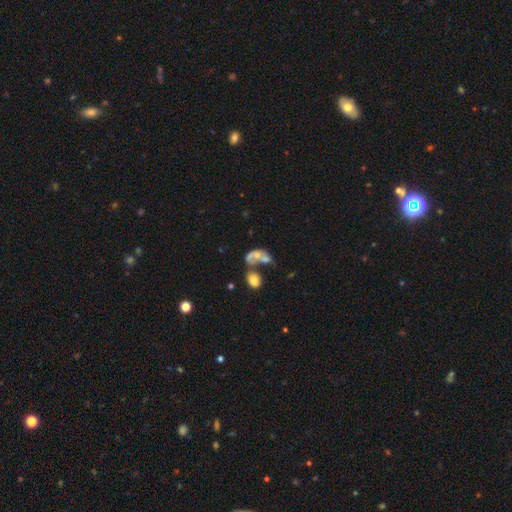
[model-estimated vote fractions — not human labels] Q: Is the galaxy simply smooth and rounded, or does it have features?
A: smooth — 50%.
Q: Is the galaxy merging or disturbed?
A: merger — 58%.